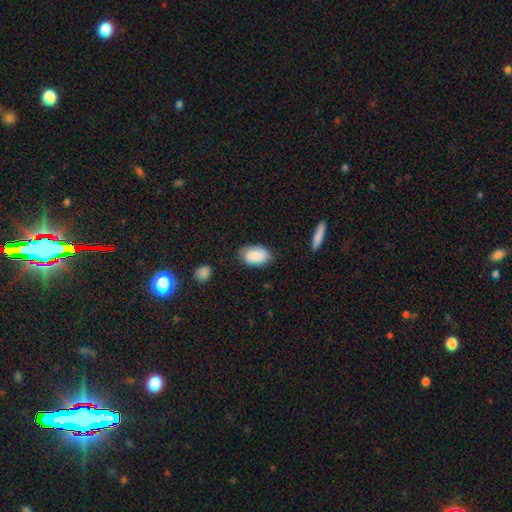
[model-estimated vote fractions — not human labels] Smooth or featured? Predicted: smooth (p=0.86). How rounded? Predicted: in between (p=0.91). Merging? Predicted: none (p=0.73).